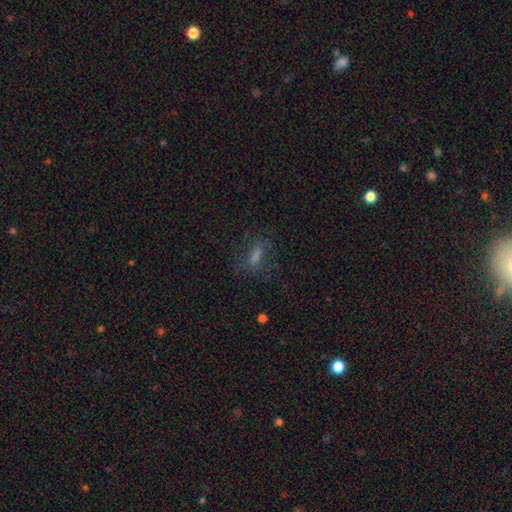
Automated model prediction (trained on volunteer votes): This is possibly a smooth galaxy (47%). Merging: likely none (67%).